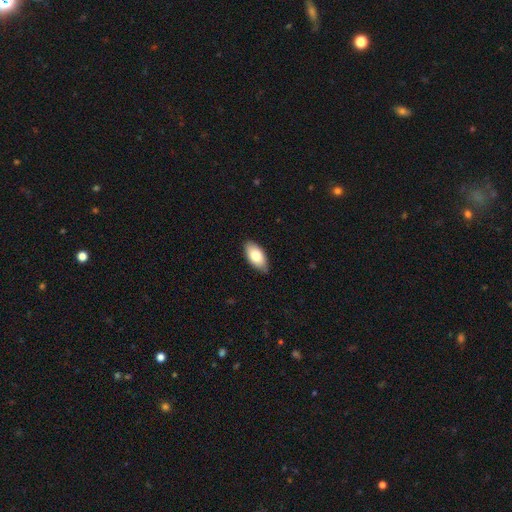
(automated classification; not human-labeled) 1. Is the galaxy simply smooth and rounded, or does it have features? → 80% smooth, 14% featured or disk, 6% star or artifact.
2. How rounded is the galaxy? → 94% in between, 4% cigar-shaped, 2% round.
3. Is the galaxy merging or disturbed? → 84% none, 13% minor disturbance, 2% major disturbance, 1% merger.